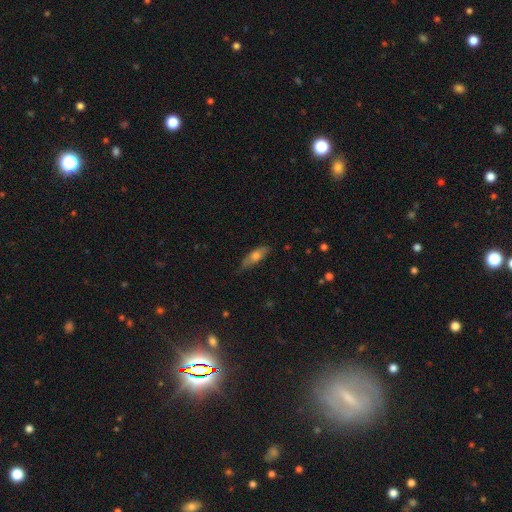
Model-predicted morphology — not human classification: Smooth or featured? Predicted: smooth (p=0.66). How rounded? Predicted: in between (p=0.53). Merging? Predicted: none (p=0.69).